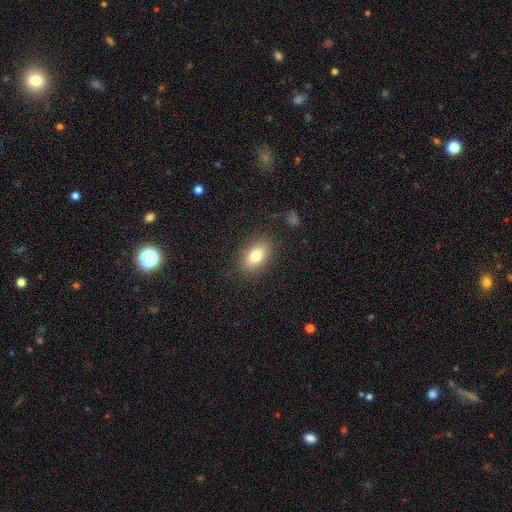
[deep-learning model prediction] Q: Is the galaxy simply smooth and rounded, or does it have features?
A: smooth — 78%.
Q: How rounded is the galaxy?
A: in between — 86%.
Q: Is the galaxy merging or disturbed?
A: none — 85%.